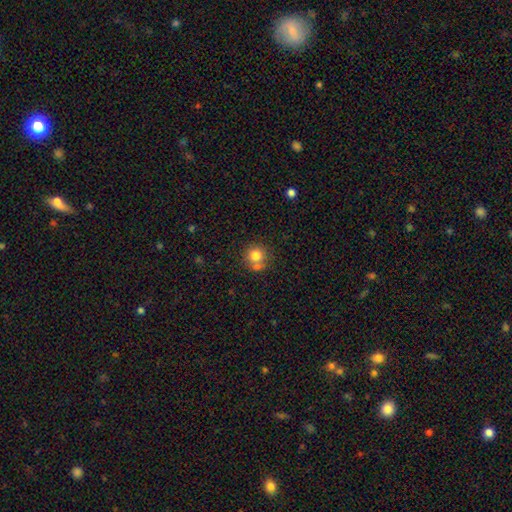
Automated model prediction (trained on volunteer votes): Smooth or featured? smooth (79%)
How rounded? round (91%)
Merging? none (59%)